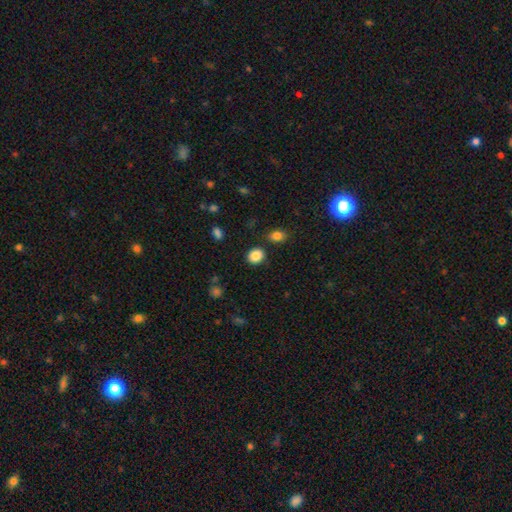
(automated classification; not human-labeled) A smooth galaxy with no disk features (86%) that is round (69%).

Vote fractions:
- Smooth or featured? smooth: 86% / star or artifact: 9% / featured or disk: 4%
- How rounded? round: 69% / in between: 30% / cigar-shaped: 1%
- Merging? none: 85% / minor disturbance: 8% / merger: 4% / major disturbance: 3%